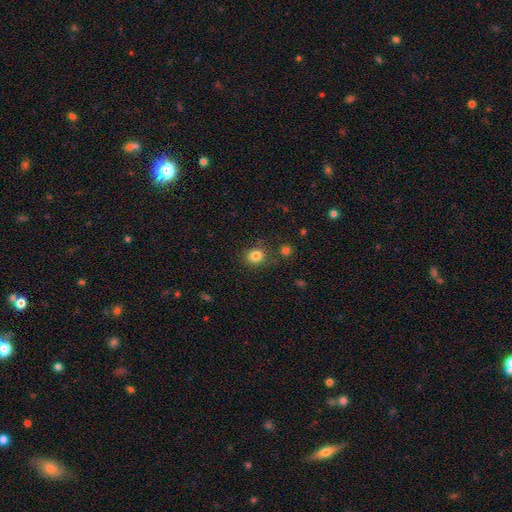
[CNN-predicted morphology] Smooth or featured: smooth — 83% (star or artifact — 12%)
How rounded: round — 79% (in between — 20%)
Merging: none — 80% (minor disturbance — 11%)